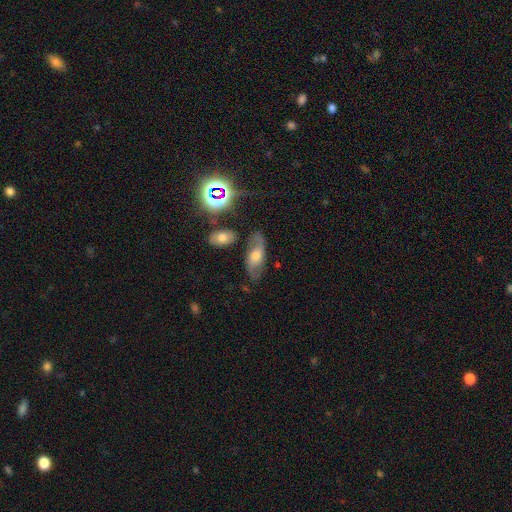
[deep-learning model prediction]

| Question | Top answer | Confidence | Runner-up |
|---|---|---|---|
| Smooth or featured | featured or disk | 55% | smooth (33%) |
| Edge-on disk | no | 85% | yes (15%) |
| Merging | none | 70% | minor disturbance (17%) |